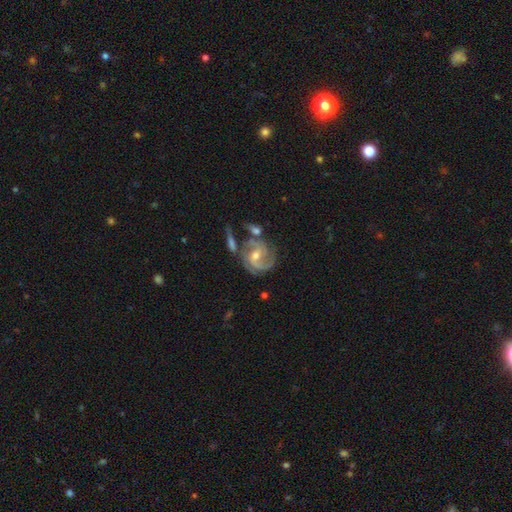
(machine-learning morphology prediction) This appears to be a featured or disk galaxy (88%) with no bar (44%), 2 (53%) tight (45%) spiral arms (97%) and a moderate central bulge (55%). Merging: none (54%).